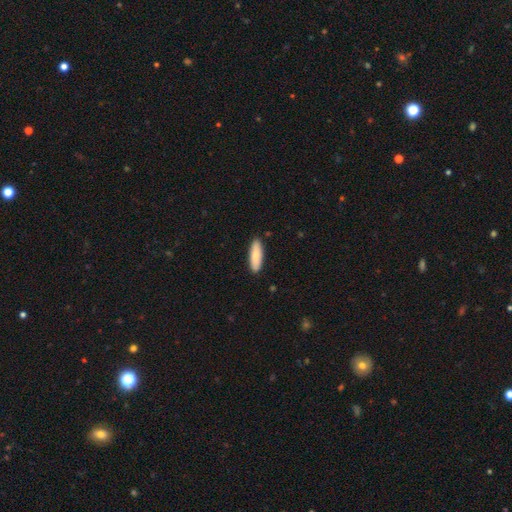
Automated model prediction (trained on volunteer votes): This is clearly a smooth galaxy (84%). How rounded: possibly in between (49%, tied with cigar-shaped). Merging: clearly none (89%).